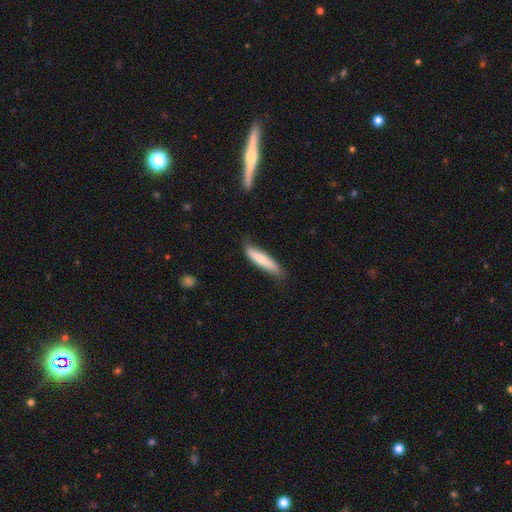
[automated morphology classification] A smooth galaxy with no disk features (74%) that is cigar-shaped (85%). Merging: none (73%).